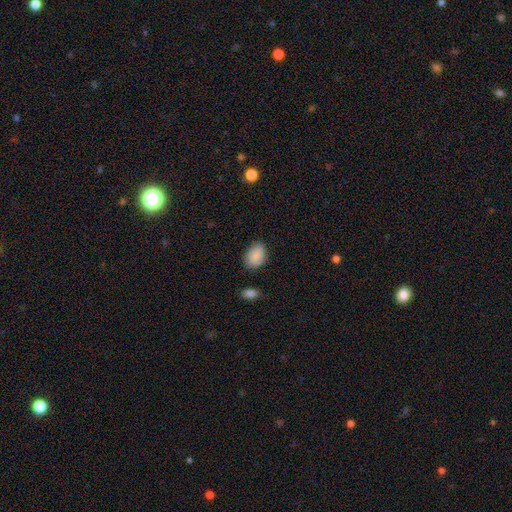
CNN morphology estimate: A smooth galaxy with no disk features (88%) that is in between round and cigar-shaped (83%).

Vote fractions:
- Smooth or featured? smooth: 88% / star or artifact: 7% / featured or disk: 5%
- How rounded? in between: 83% / round: 16% / cigar-shaped: 1%
- Merging? none: 78% / minor disturbance: 17% / major disturbance: 3% / merger: 2%